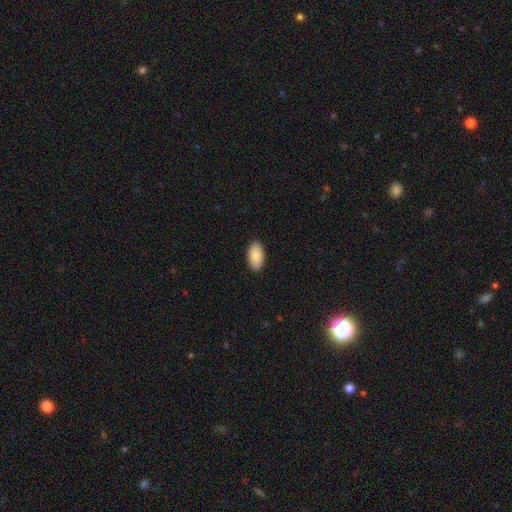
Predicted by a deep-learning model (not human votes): Overall: smooth (88%). How rounded: in between (96%). Merging: none (90%).